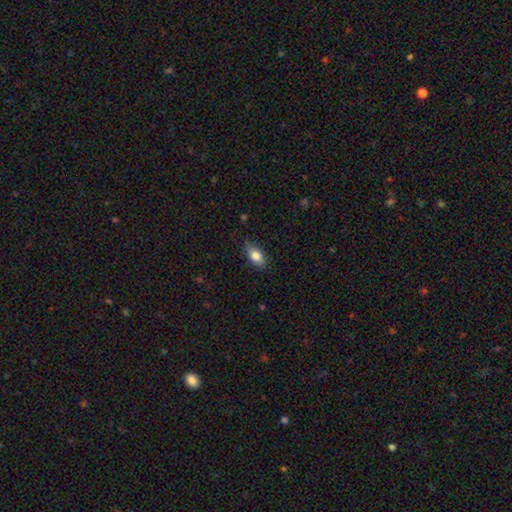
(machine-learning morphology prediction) Smooth or featured? smooth (81%)
How rounded? in between (89%)
Merging? none (81%)